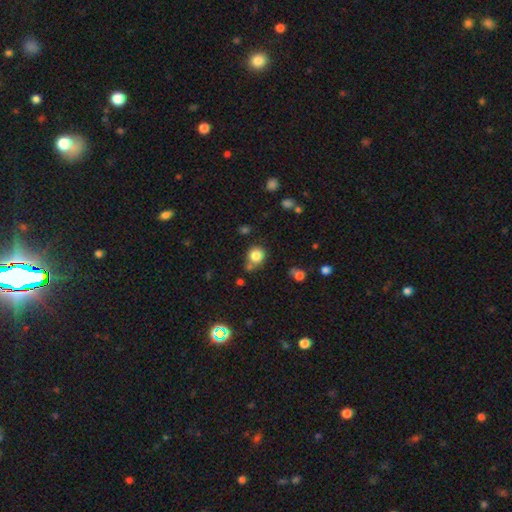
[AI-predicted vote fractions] The model was most divided on "merging": none: 65%, minor disturbance: 16%, merger: 14%, major disturbance: 5%. More confident: how rounded — round (85%); smooth or featured — smooth (83%).